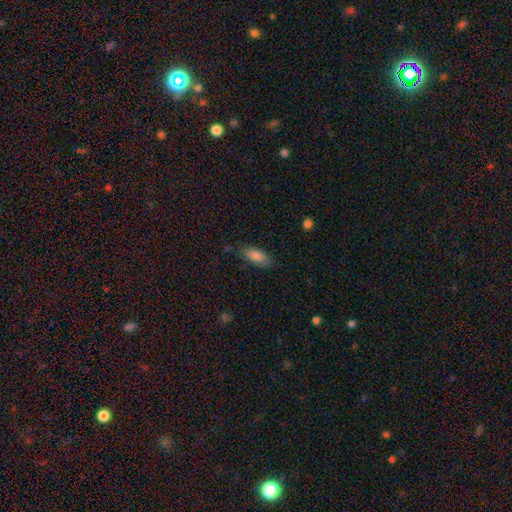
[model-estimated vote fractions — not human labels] This appears to be a smooth galaxy with no disk features (85%) that is in between round and cigar-shaped (79%). Merging: none (80%).